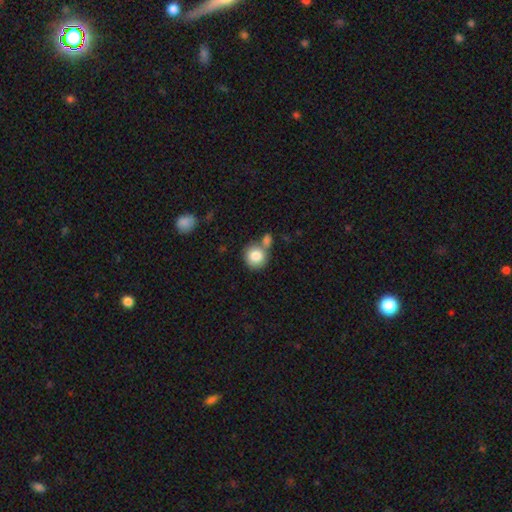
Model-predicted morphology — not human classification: This is clearly a smooth galaxy (82%). How rounded: clearly round (87%). Merging: possibly none (55%).